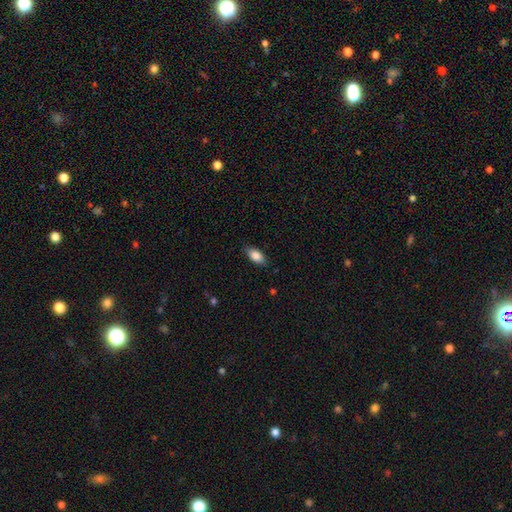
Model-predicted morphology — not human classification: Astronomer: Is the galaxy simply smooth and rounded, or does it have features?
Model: smooth — 85%.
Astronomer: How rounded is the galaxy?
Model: in between — 90%.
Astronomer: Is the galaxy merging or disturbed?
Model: none — 84%.